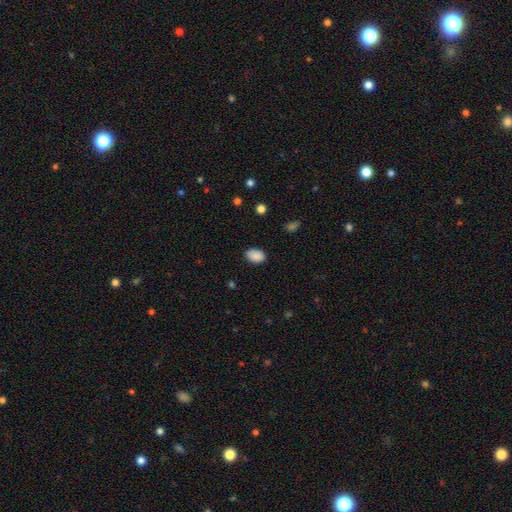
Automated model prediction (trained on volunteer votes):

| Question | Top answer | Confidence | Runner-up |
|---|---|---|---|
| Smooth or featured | smooth | 89% | star or artifact (7%) |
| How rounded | in between | 86% | round (13%) |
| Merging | none | 84% | minor disturbance (12%) |